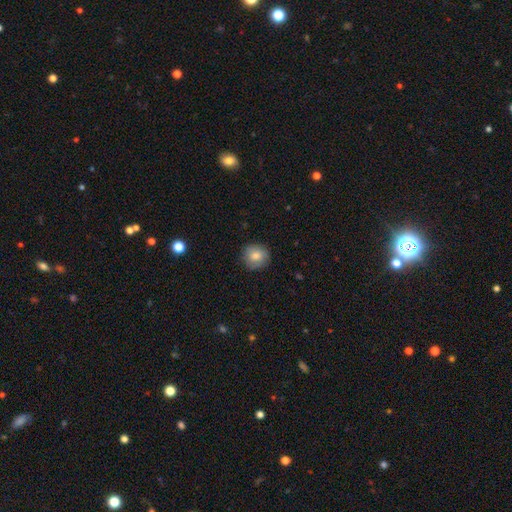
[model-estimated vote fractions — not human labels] This appears to be a smooth galaxy with no disk features (78%) that is round (90%). Merging: none (85%).